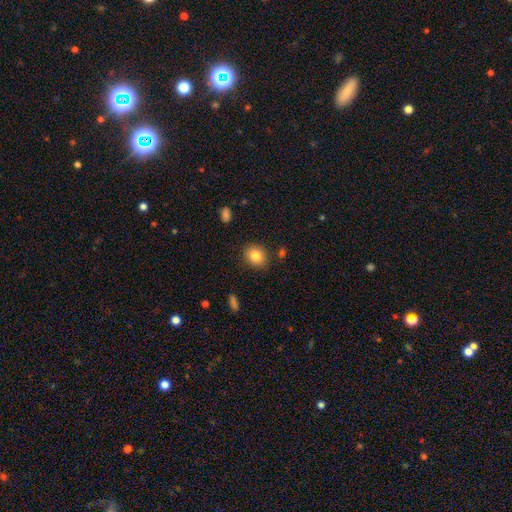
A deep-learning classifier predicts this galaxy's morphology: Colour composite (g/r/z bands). It shows a smooth galaxy with no disk features (83%) that is round (54%). Merging: none (86%).